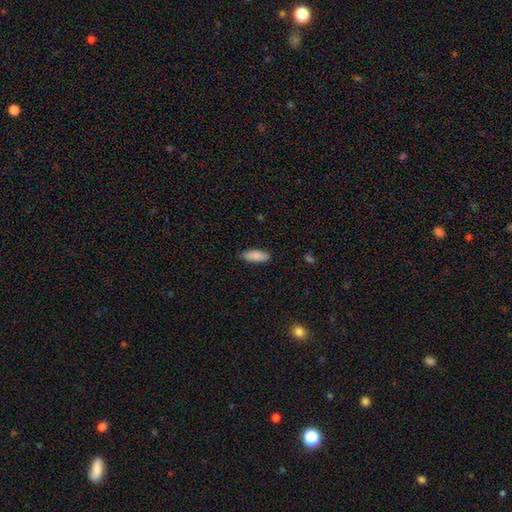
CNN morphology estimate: Overall: smooth (87%). How rounded: in between (79%). Merging: none (82%).